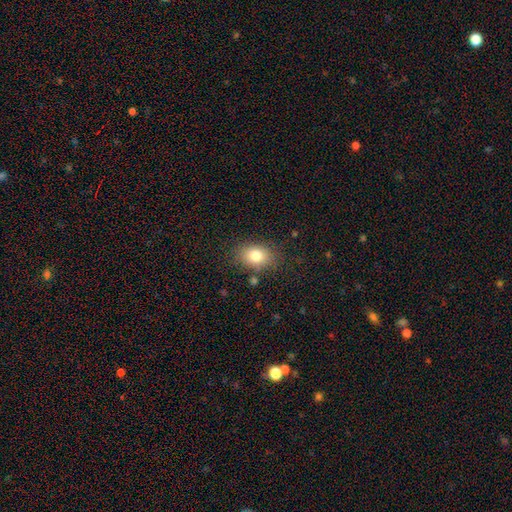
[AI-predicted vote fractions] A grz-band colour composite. It shows a smooth galaxy with no disk features (80%) that is in between round and cigar-shaped (74%). Merging: none (81%).